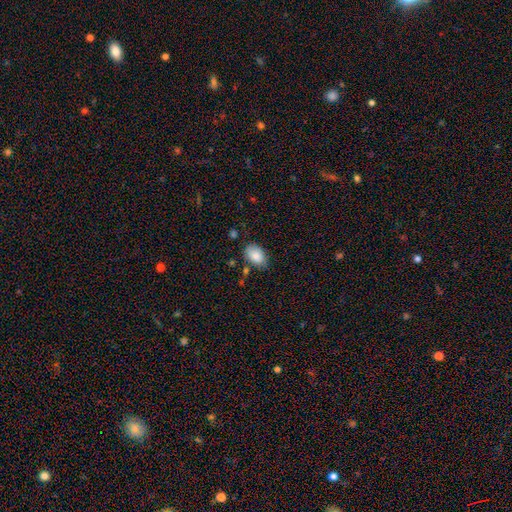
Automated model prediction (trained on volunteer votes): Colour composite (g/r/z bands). It shows a smooth galaxy with no disk features (86%) that is in between round and cigar-shaped (89%). Merging: none (72%).